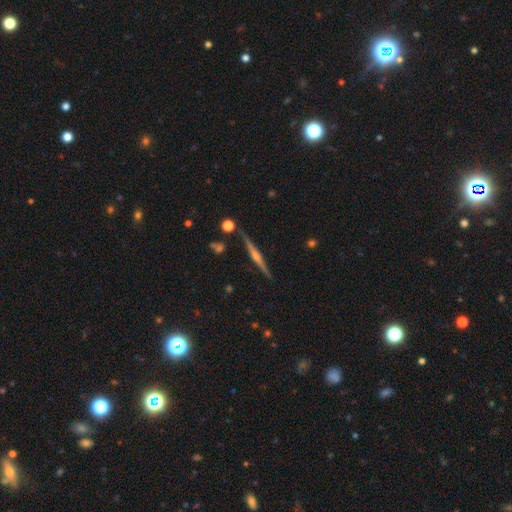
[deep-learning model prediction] The model was most divided on "smooth or featured": featured or disk: 82%, smooth: 11%, star or artifact: 7%. More confident: edge-on disk — yes (98%); merging — none (90%); edge-on bulge — rounded (81%).